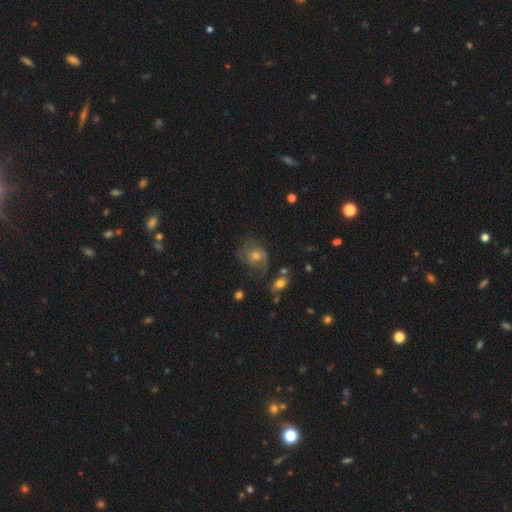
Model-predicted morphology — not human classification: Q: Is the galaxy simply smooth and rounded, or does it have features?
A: featured or disk — 44%.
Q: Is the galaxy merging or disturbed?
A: none — 57%.